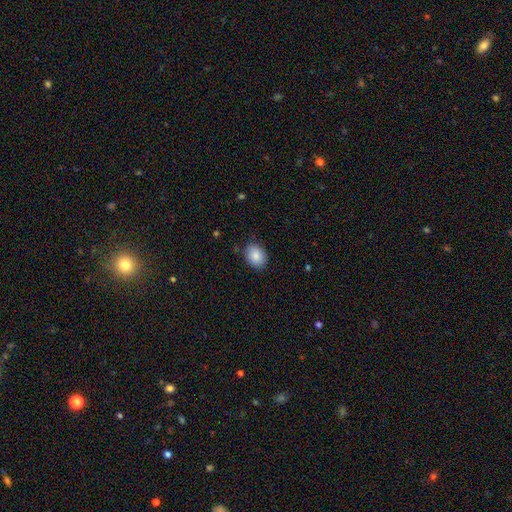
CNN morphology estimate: A smooth galaxy with no disk features (87%) that is in between round and cigar-shaped (65%).

Vote fractions:
- Smooth or featured? smooth: 87% / star or artifact: 7% / featured or disk: 6%
- How rounded? in between: 65% / round: 34% / cigar-shaped: 1%
- Merging? none: 84% / minor disturbance: 12% / major disturbance: 3% / merger: 1%